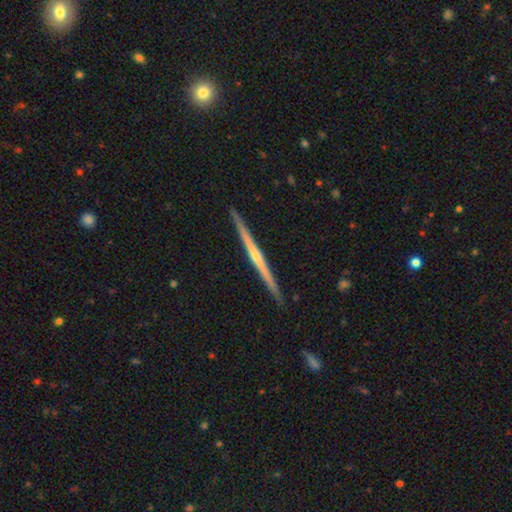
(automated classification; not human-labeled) Smooth or featured?
  - featured or disk: 81% *
  - smooth: 14%
  - star or artifact: 5%
Edge-on disk?
  - yes: 99% *
  - no: 1%
Edge-on bulge?
  - rounded: 63% *
  - none: 30%
  - boxy: 7%
Merging?
  - none: 92% *
  - minor disturbance: 5%
  - major disturbance: 1%
  - merger: 1%